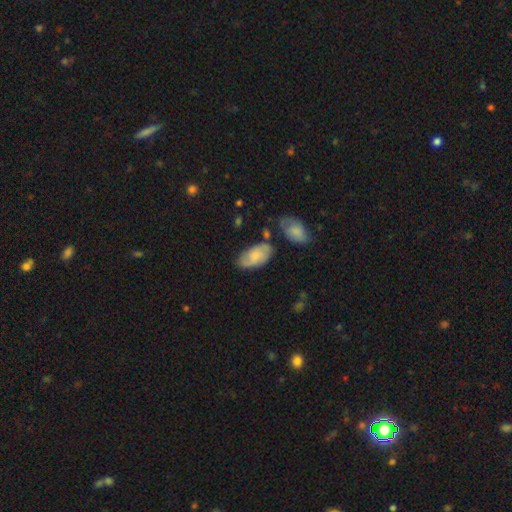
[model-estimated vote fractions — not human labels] The model was most divided on "smooth or featured": smooth: 62%, featured or disk: 31%, star or artifact: 7%. More confident: how rounded — in between (93%); merging — none (62%).